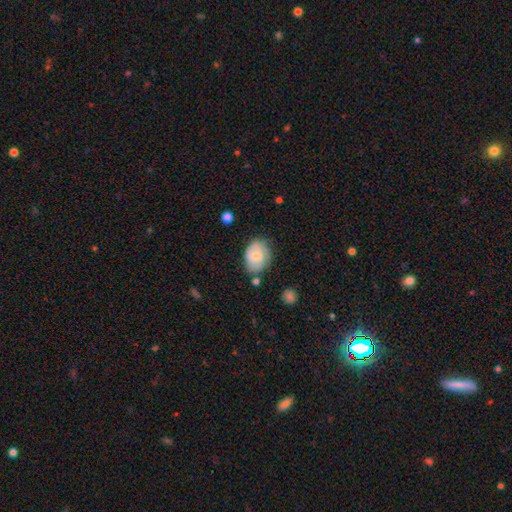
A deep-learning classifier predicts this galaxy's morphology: Q: Smooth or featured?
A: smooth (57%); runner-up: featured or disk (36%)
Q: How rounded?
A: in between (74%); runner-up: round (25%)
Q: Merging?
A: none (62%); runner-up: minor disturbance (26%)